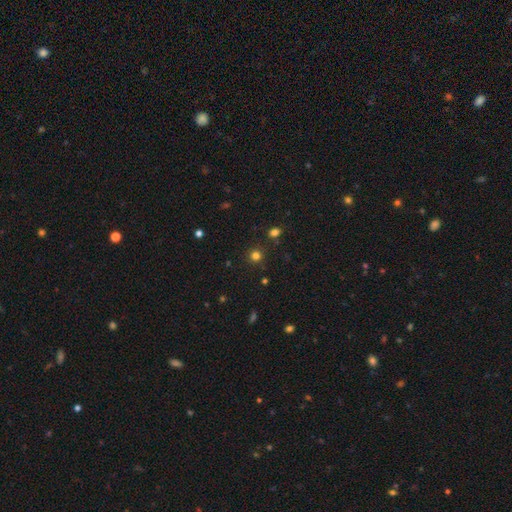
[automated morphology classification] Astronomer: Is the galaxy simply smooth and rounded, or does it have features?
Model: smooth — 77%.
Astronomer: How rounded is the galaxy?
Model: round — 93%.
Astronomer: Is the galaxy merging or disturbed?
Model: none — 89%.